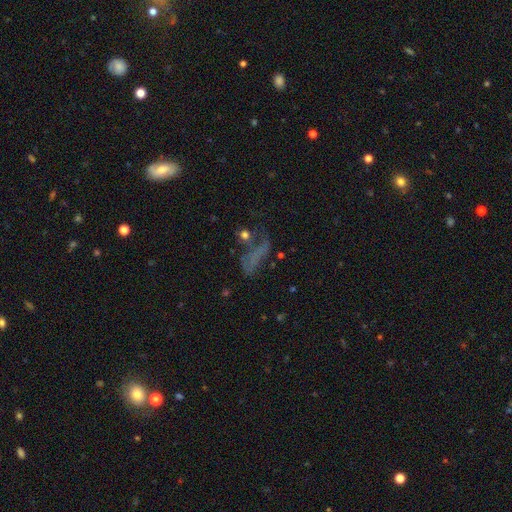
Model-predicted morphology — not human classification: smooth-or-featured: featured or disk: 37% | smooth: 36% | star or artifact: 28%
  merging: none: 40% | major disturbance: 32% | minor disturbance: 18% | merger: 11%